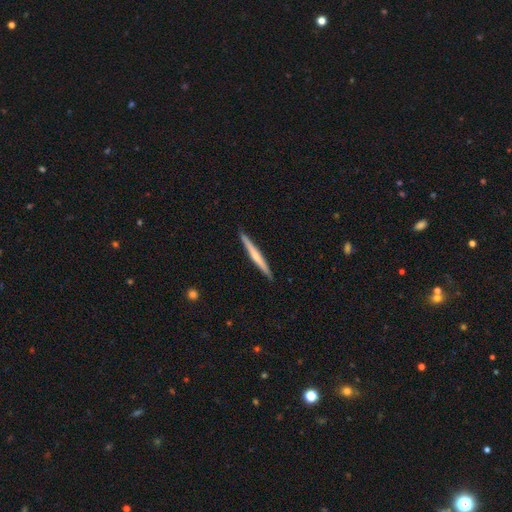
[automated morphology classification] A featured or disk galaxy (53%) viewed edge-on (97%) with a rounded central bulge (50%).

Vote fractions:
- Smooth or featured? featured or disk: 53% / smooth: 42% / star or artifact: 5%
- Edge-on disk? yes: 97% / no: 3%
- Edge-on bulge? rounded: 50% / none: 44% / boxy: 6%
- Merging? none: 92% / minor disturbance: 6% / major disturbance: 1% / merger: 1%